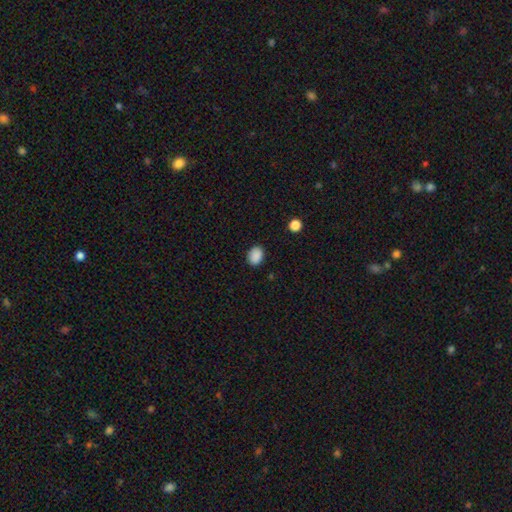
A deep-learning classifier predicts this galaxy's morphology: The model was most divided on "how rounded": in between: 64%, round: 35%, cigar-shaped: 1%. More confident: smooth or featured — smooth (88%); merging — none (87%).